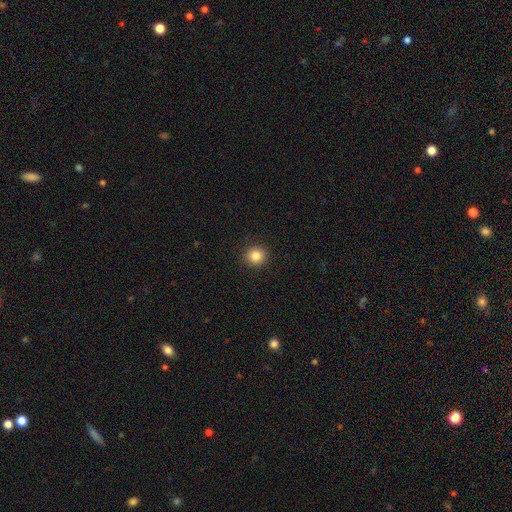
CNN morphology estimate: type=smooth (85%); roundness=round (90%); merging=none (92%).